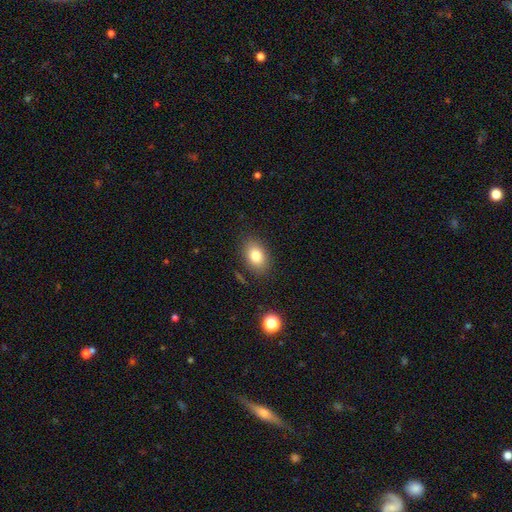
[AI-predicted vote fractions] smooth 81%, featured or disk 10%, star or artifact 9%. Down the decision tree: how rounded — in between (83%); merging — none (84%).